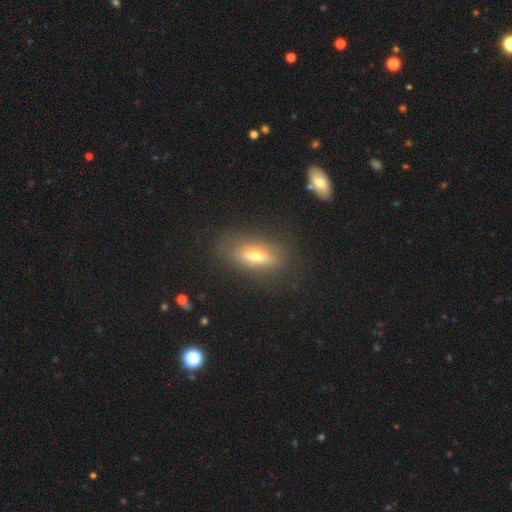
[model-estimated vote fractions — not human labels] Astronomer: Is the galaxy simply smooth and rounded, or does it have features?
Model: smooth — 48% (runner-up: featured or disk, 40%).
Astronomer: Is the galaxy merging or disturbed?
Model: none — 77%.